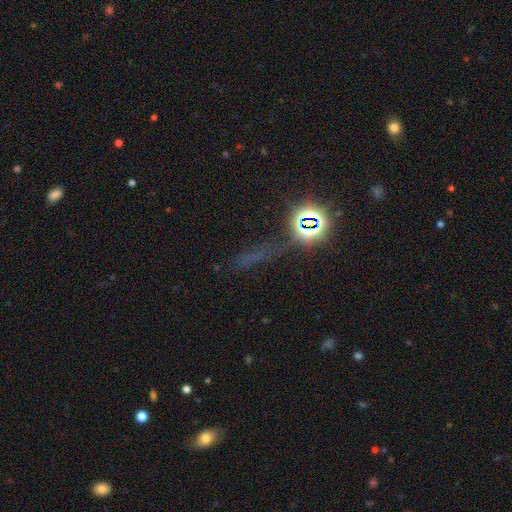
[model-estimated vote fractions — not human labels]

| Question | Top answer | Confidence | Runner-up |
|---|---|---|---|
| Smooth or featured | star or artifact | 68% | smooth (19%) |